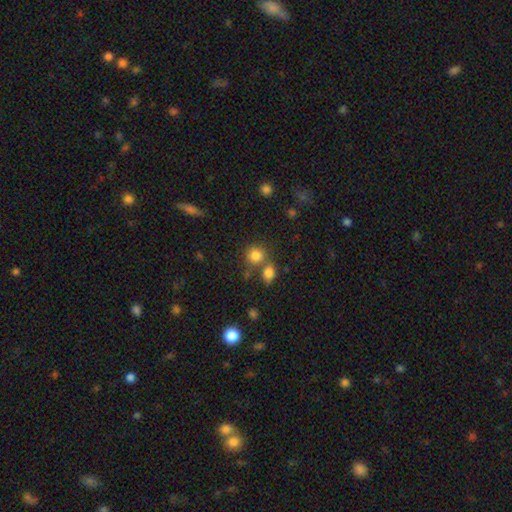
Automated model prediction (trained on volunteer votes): Overall: smooth (81%). How rounded: round (80%). Merging: none (59%; merger 27%).